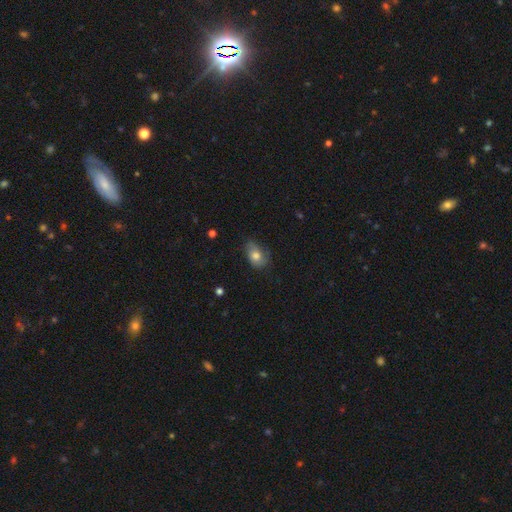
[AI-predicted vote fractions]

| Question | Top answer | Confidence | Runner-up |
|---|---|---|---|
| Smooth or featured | smooth | 73% | featured or disk (18%) |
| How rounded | in between | 80% | round (18%) |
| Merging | none | 52% | minor disturbance (34%) |